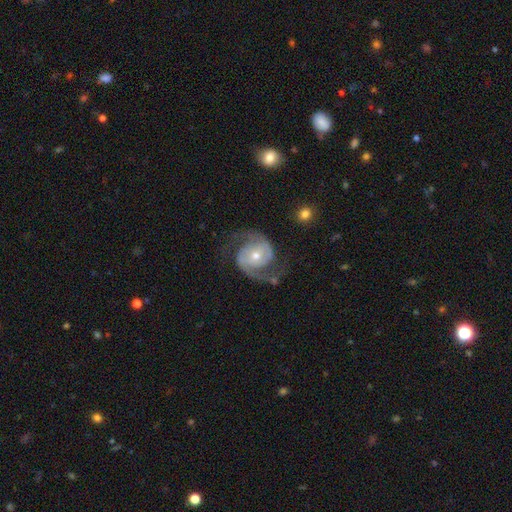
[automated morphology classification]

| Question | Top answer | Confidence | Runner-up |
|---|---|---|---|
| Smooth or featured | featured or disk | 92% | star or artifact (4%) |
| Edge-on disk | no | 98% | yes (2%) |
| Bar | no | 59% | weak (29%) |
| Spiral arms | yes | 98% | no (2%) |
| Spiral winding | medium | 56% | tight (25%) |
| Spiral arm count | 2 | 94% | can't tell (2%) |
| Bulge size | moderate | 50% | small (46%) |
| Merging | none | 77% | minor disturbance (13%) |